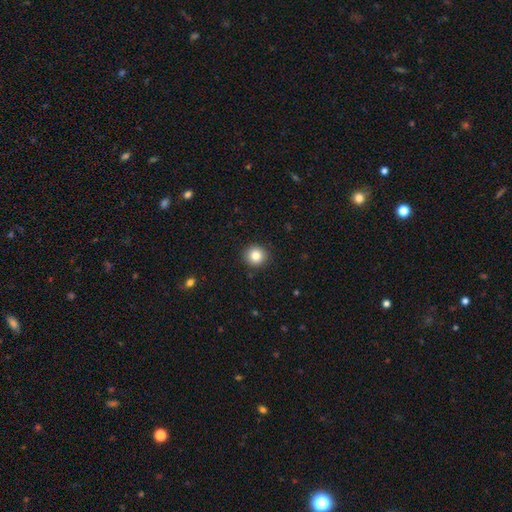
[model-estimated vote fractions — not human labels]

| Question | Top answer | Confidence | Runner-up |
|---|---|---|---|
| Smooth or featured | smooth | 83% | star or artifact (10%) |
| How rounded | round | 93% | in between (6%) |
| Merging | none | 91% | minor disturbance (6%) |